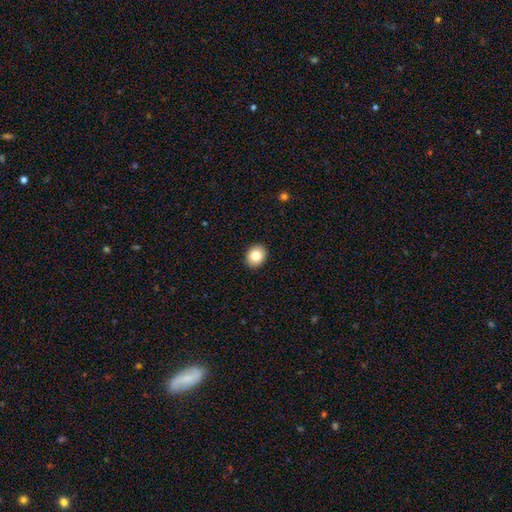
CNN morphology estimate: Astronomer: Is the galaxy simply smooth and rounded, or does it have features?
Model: smooth — 82%.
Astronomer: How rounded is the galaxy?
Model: round — 61% (runner-up: in between, 38%).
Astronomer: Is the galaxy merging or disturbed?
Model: none — 92%.